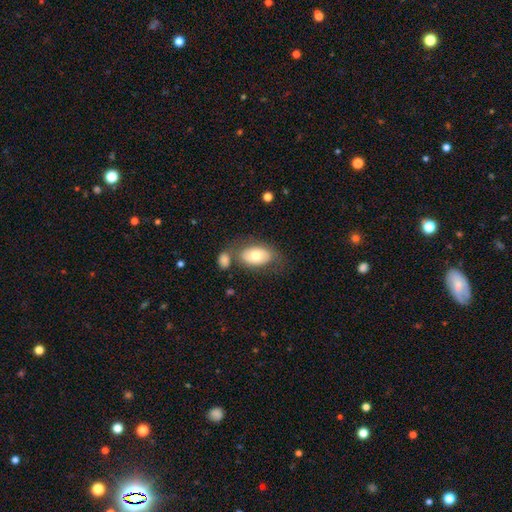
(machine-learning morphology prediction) type=smooth (69%); roundness=in between (91%); merging=none (57%).